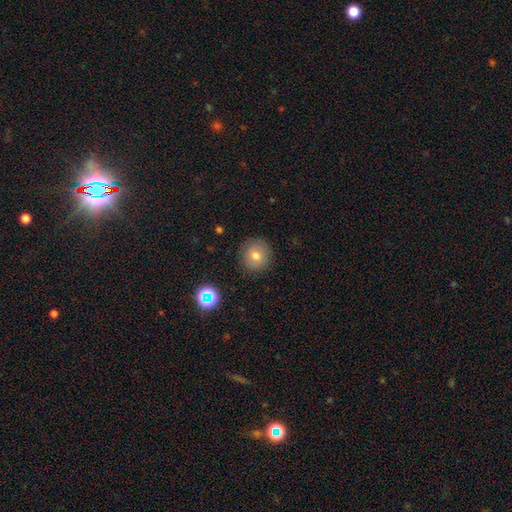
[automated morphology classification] smooth-or-featured: smooth: 74% | featured or disk: 13% | star or artifact: 12%
  how-rounded: round: 91% | in between: 8% | cigar-shaped: 1%
  merging: none: 88% | minor disturbance: 8% | major disturbance: 3% | merger: 1%